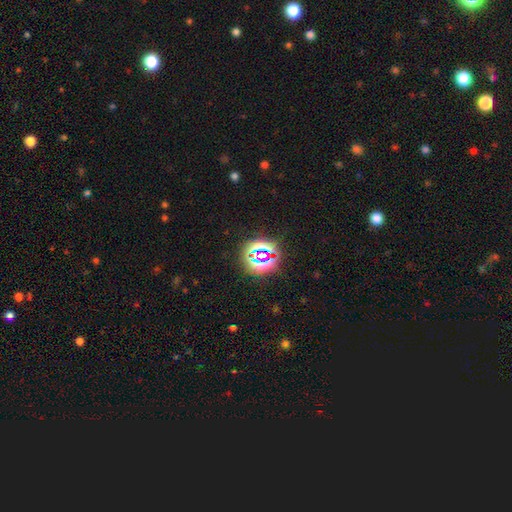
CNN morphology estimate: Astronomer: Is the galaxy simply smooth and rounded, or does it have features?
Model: star or artifact — 73%.